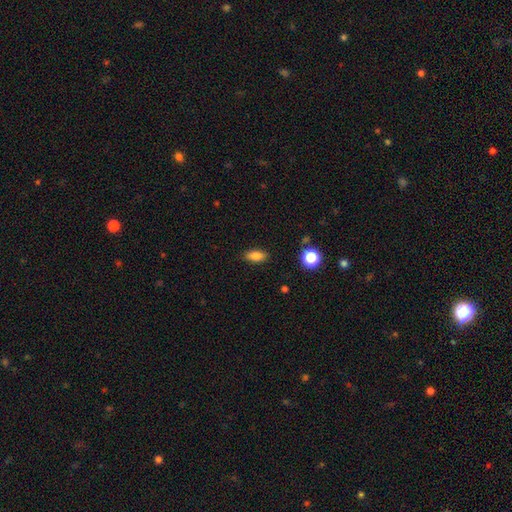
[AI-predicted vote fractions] Smooth or featured?
  - smooth: 84% *
  - star or artifact: 10%
  - featured or disk: 6%
How rounded?
  - in between: 84% *
  - cigar-shaped: 10%
  - round: 7%
Merging?
  - none: 86% *
  - minor disturbance: 10%
  - major disturbance: 3%
  - merger: 1%